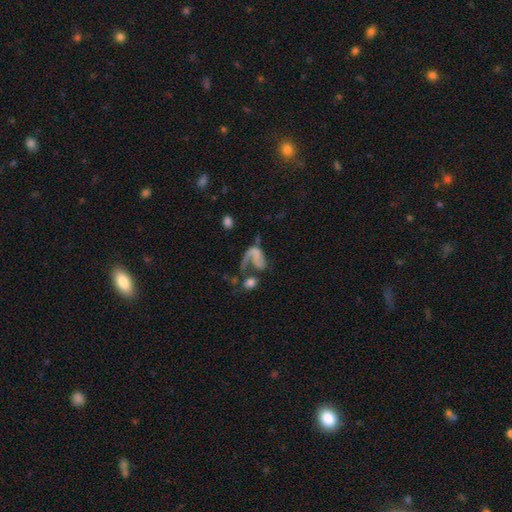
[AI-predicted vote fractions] Smooth or featured: featured or disk — 59% (smooth — 29%)
Edge-on disk: no — 97% (yes — 3%)
Bar: no — 71% (weak — 20%)
Spiral arms: yes — 66% (no — 34%)
Bulge size: none — 66% (small — 20%)
Merging: major disturbance — 46% (none — 21%)